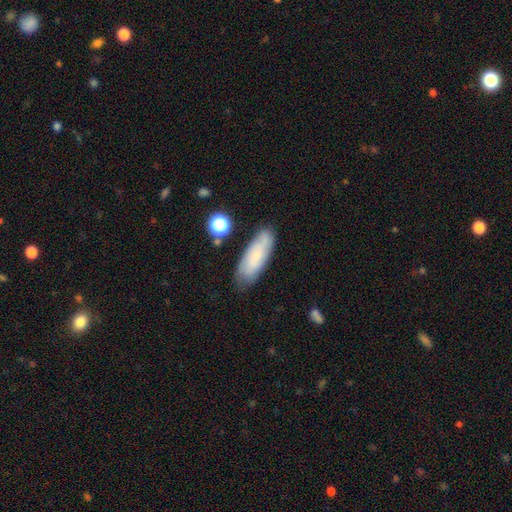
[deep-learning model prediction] Morphology: type=smooth (56%); roundness=in between (63%); merging=none (75%).